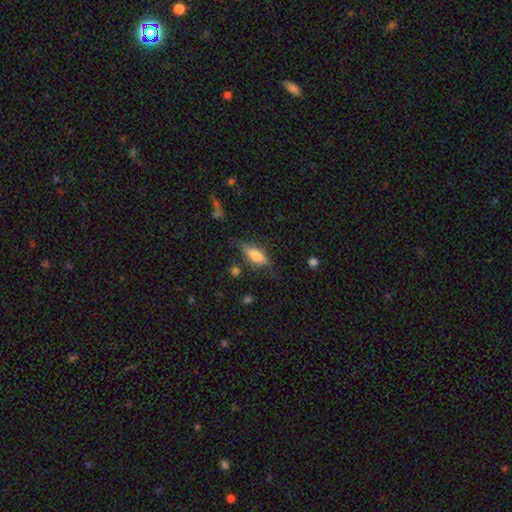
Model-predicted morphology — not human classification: smooth 51%, featured or disk 42%, star or artifact 7%. Down the decision tree: how rounded — in between (55%); merging — none (70%).